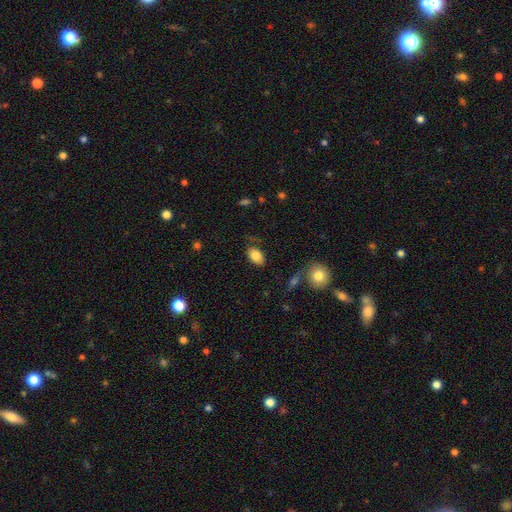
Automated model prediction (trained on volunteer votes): This is clearly a smooth galaxy (83%). How rounded: clearly in between (90%). Merging: likely none (74%).